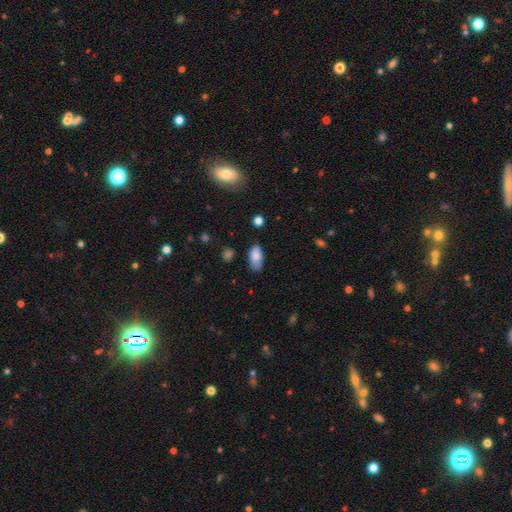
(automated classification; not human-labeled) Morphology: type=smooth (83%); roundness=in between (92%); merging=none (69%).